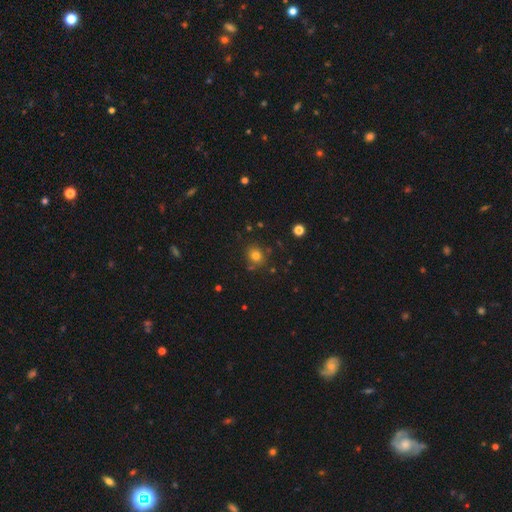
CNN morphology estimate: A smooth galaxy with no disk features (77%) that is round (78%). Merging: none (79%).